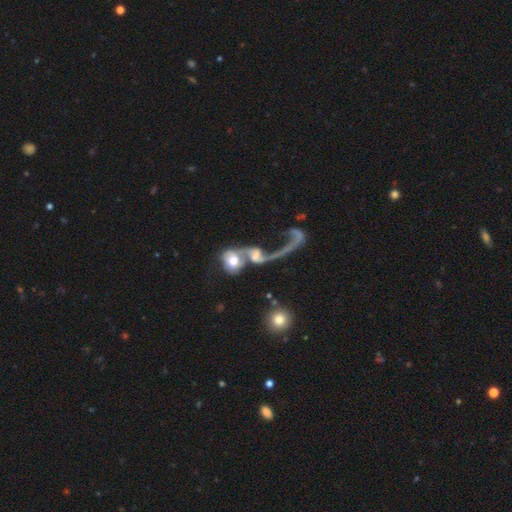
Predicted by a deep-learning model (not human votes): A featured or disk galaxy (63%) with no bar (57%), spiral arms (74%) and a moderate central bulge (40%). Merging: merger (64%).